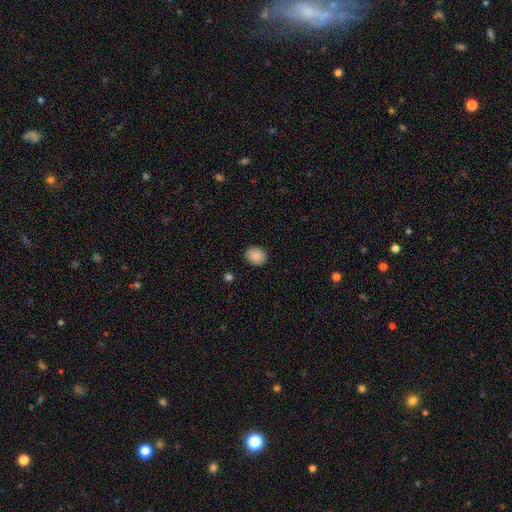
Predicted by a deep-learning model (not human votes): Smooth or featured?
  - smooth: 89% *
  - star or artifact: 8%
  - featured or disk: 3%
How rounded?
  - round: 53% *
  - in between: 47%
  - cigar-shaped: 1%
Merging?
  - none: 89% *
  - minor disturbance: 8%
  - major disturbance: 2%
  - merger: 1%